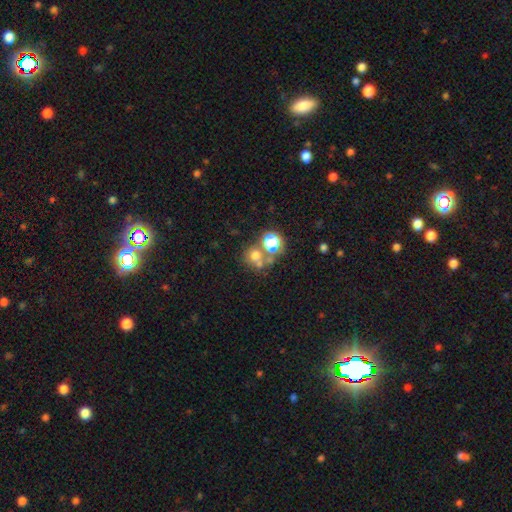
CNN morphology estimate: smooth_or_featured: smooth (p=0.59) [alt: star or artifact p=0.27]
how_rounded: round (p=0.79) [alt: in between p=0.20]
merging: none (p=0.49) [alt: merger p=0.35]